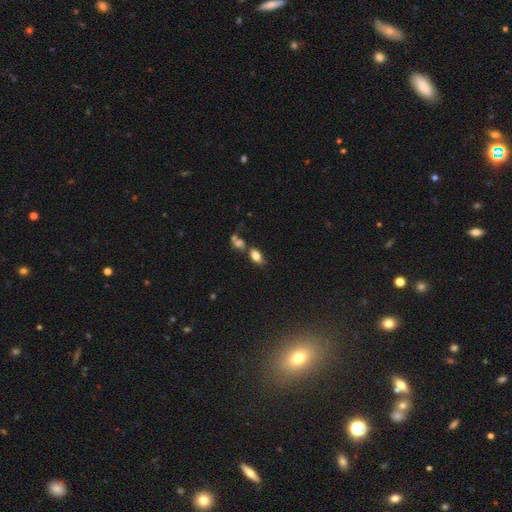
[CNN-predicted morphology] The model was most divided on "merging": none: 46%, merger: 29%, minor disturbance: 16%, major disturbance: 9%. More confident: how rounded — in between (88%); smooth or featured — smooth (78%).